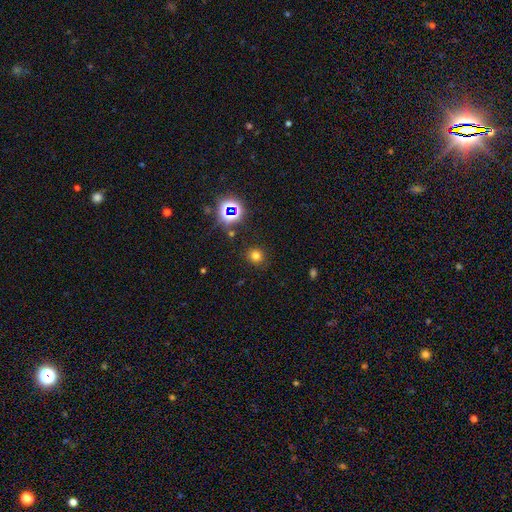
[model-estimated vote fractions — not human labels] Smooth or featured?
  - smooth: 71% *
  - star or artifact: 22%
  - featured or disk: 7%
How rounded?
  - round: 89% *
  - in between: 10%
  - cigar-shaped: 1%
Merging?
  - none: 88% *
  - minor disturbance: 8%
  - major disturbance: 3%
  - merger: 2%